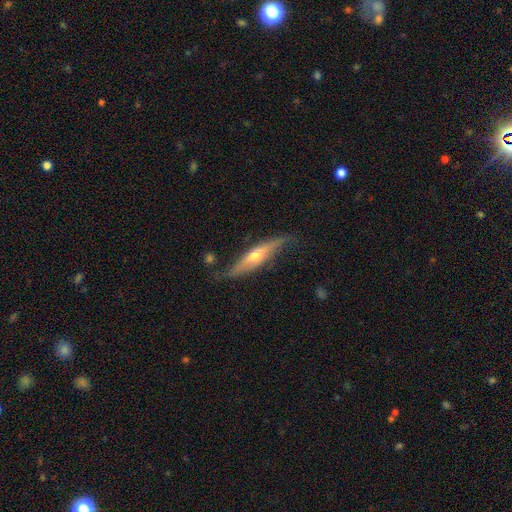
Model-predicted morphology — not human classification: Q: Smooth or featured?
A: featured or disk (69%); runner-up: smooth (25%)
Q: Edge-on disk?
A: yes (86%); runner-up: no (14%)
Q: Edge-on bulge?
A: rounded (87%); runner-up: none (8%)
Q: Merging?
A: none (70%); runner-up: minor disturbance (22%)